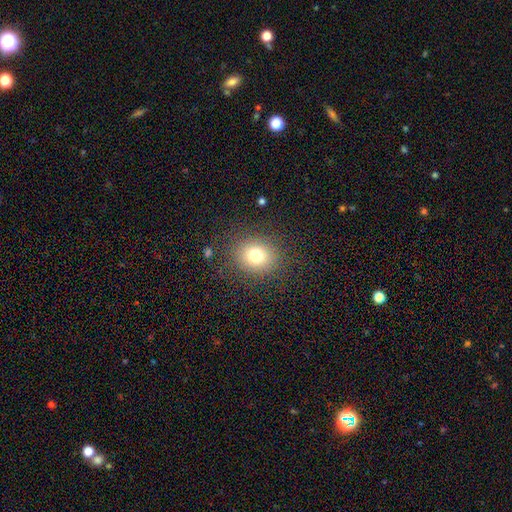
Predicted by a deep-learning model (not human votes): Q: Smooth or featured?
A: smooth (76%); runner-up: star or artifact (13%)
Q: How rounded?
A: round (72%); runner-up: in between (27%)
Q: Merging?
A: none (86%); runner-up: minor disturbance (9%)